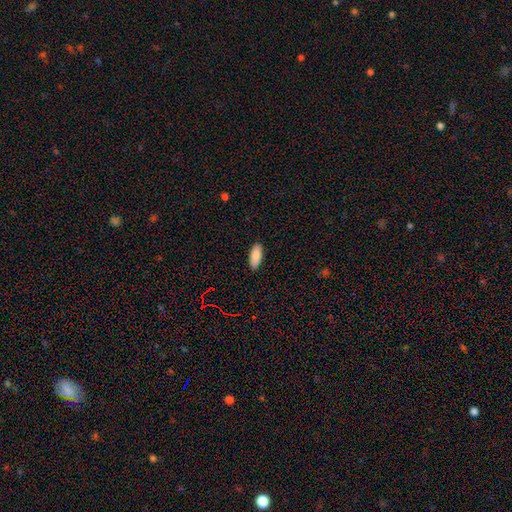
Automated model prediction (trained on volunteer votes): A smooth galaxy with no disk features (87%) that is in between round and cigar-shaped (77%). Merging: none (89%).